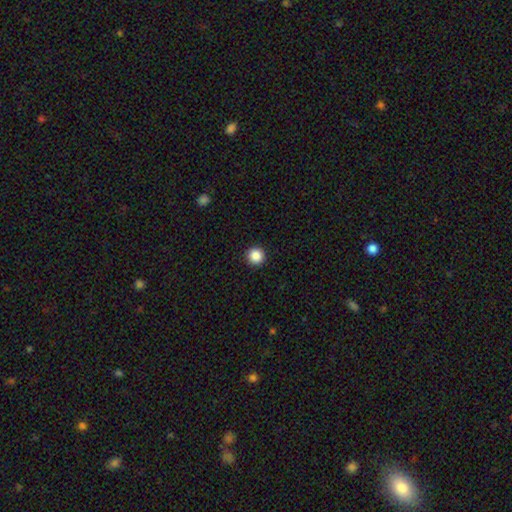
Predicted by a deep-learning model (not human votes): smooth_or_featured: smooth (p=0.88) [alt: star or artifact p=0.10]
how_rounded: round (p=0.96) [alt: in between p=0.03]
merging: none (p=0.93) [alt: minor disturbance p=0.04]